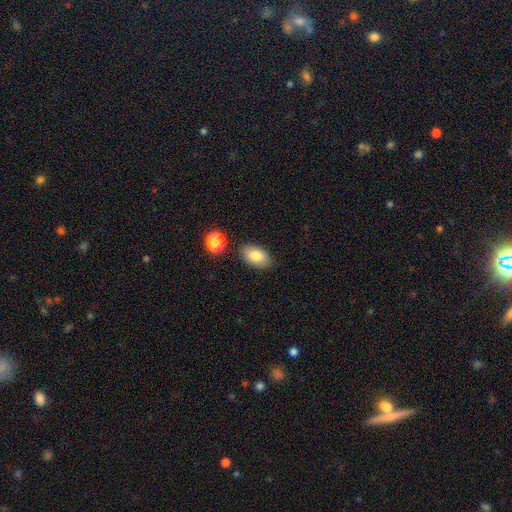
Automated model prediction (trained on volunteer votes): Smooth or featured?
  - smooth: 80% *
  - featured or disk: 11%
  - star or artifact: 8%
How rounded?
  - in between: 92% *
  - round: 6%
  - cigar-shaped: 2%
Merging?
  - none: 84% *
  - minor disturbance: 10%
  - merger: 3%
  - major disturbance: 2%